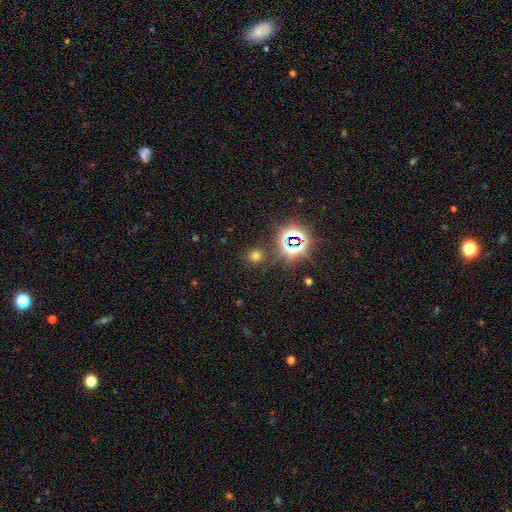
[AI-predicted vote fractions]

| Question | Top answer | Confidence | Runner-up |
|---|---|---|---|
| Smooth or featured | smooth | 59% | star or artifact (34%) |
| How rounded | round | 89% | in between (10%) |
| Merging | none | 85% | minor disturbance (8%) |